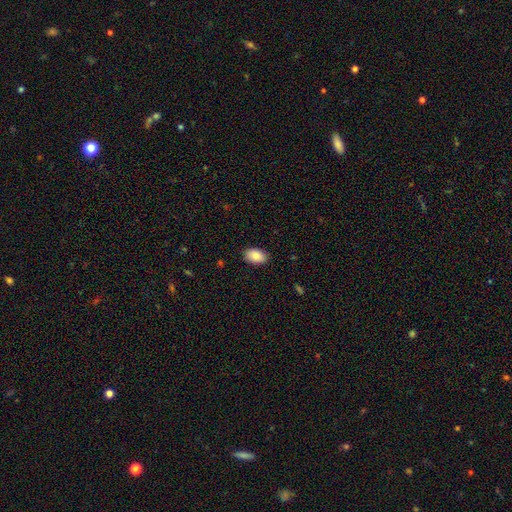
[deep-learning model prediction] Smooth or featured: smooth — 84% (featured or disk — 9%)
How rounded: in between — 91% (round — 8%)
Merging: none — 88% (minor disturbance — 9%)